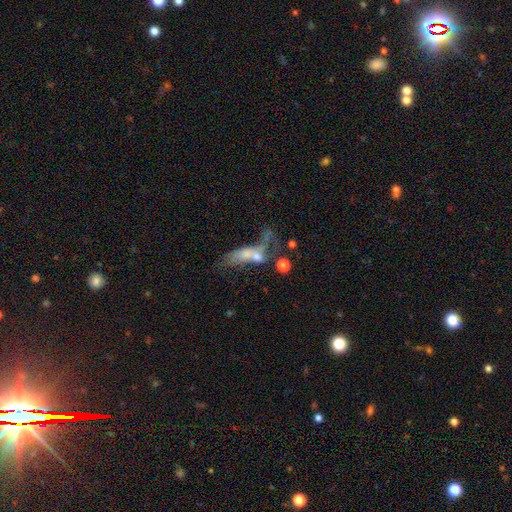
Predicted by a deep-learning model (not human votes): The model was most divided on "smooth or featured": smooth: 47%, featured or disk: 39%, star or artifact: 13%. Remaining: merging — merger (47%).